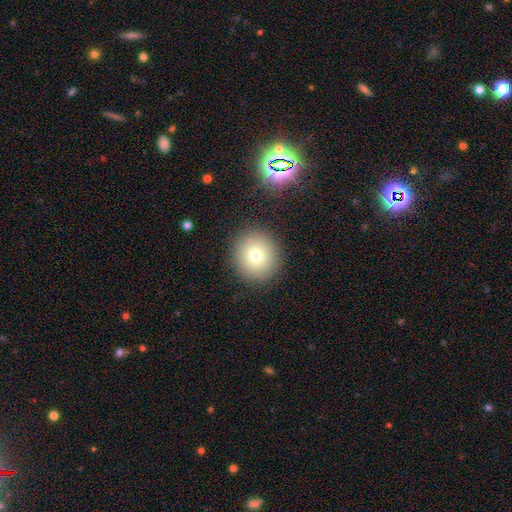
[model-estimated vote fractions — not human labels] Q: Smooth or featured?
A: smooth (76%); runner-up: star or artifact (12%)
Q: How rounded?
A: round (91%); runner-up: in between (9%)
Q: Merging?
A: none (90%); runner-up: minor disturbance (6%)